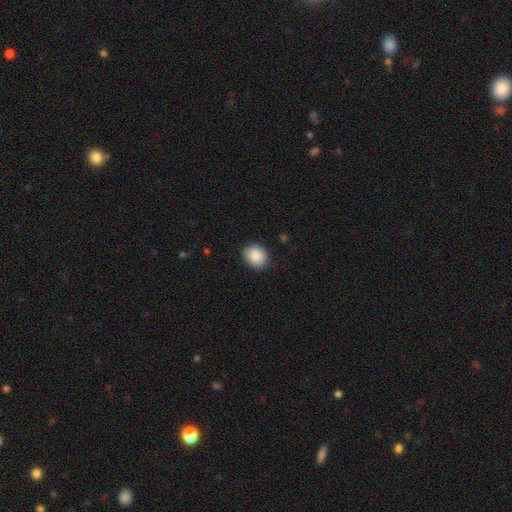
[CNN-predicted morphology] Smooth or featured: smooth — 89% (star or artifact — 7%)
How rounded: round — 52% (in between — 47%)
Merging: none — 86% (minor disturbance — 11%)